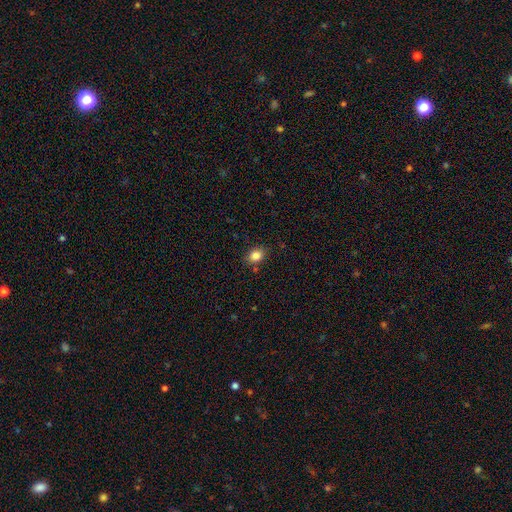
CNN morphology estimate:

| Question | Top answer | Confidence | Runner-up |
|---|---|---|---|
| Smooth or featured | smooth | 85% | star or artifact (10%) |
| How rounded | in between | 58% | round (41%) |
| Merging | none | 82% | minor disturbance (12%) |